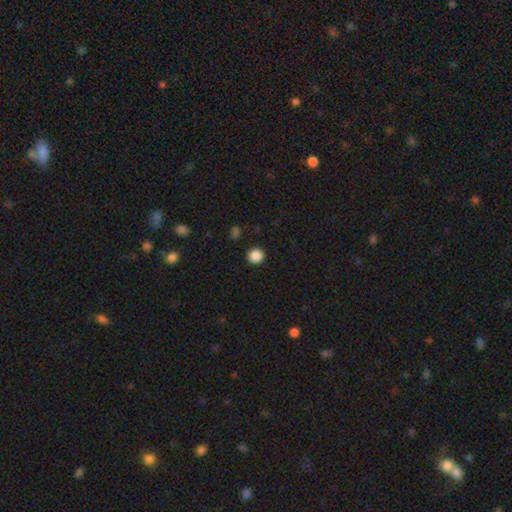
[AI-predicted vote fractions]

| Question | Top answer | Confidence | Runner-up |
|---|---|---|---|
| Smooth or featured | smooth | 87% | star or artifact (10%) |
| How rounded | round | 93% | in between (6%) |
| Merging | none | 93% | minor disturbance (5%) |